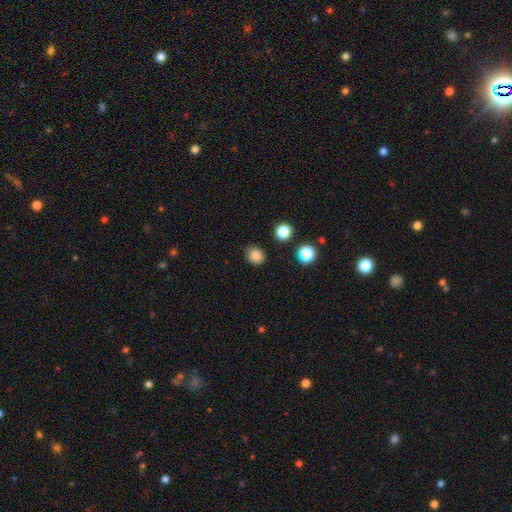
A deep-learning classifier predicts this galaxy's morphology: The model was most divided on "how rounded": round: 77%, in between: 22%, cigar-shaped: 1%. More confident: merging — none (86%); smooth or featured — smooth (83%).